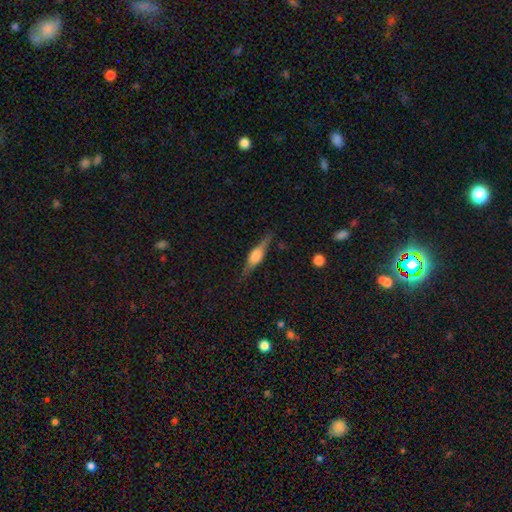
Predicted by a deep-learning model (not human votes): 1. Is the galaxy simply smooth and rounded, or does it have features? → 63% featured or disk, 30% smooth, 7% star or artifact.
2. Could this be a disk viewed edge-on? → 96% yes, 4% no.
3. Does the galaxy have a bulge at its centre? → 78% rounded, 19% boxy, 3% none.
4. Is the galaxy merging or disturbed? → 81% none, 14% minor disturbance, 4% major disturbance, 2% merger.